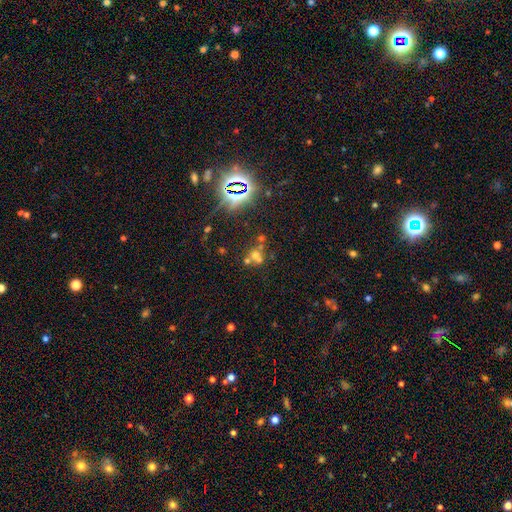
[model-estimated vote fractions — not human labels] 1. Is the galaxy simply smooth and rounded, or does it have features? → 43% smooth, 36% star or artifact, 21% featured or disk.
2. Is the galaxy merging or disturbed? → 45% merger, 41% none, 9% minor disturbance, 6% major disturbance.